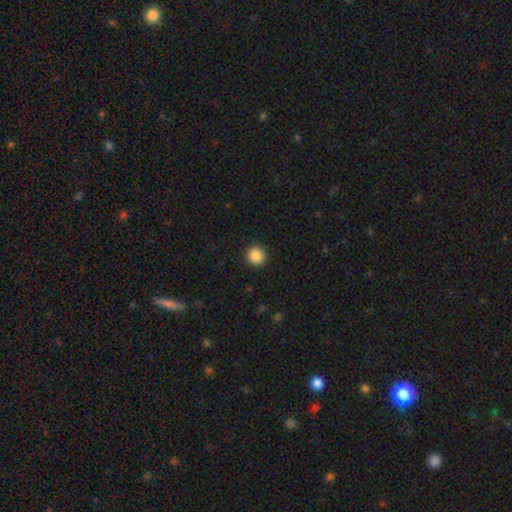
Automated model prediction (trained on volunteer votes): Smooth or featured: smooth — 87% (star or artifact — 9%)
How rounded: round — 93% (in between — 6%)
Merging: none — 92% (minor disturbance — 5%)